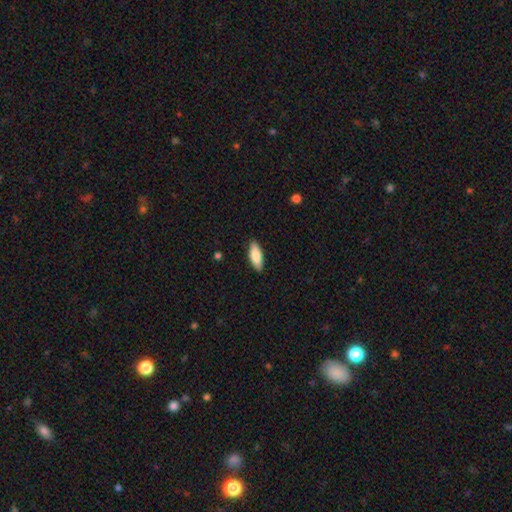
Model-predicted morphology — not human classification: The model was most divided on "how rounded": in between: 67%, cigar-shaped: 31%, round: 2%. More confident: merging — none (89%); smooth or featured — smooth (79%).